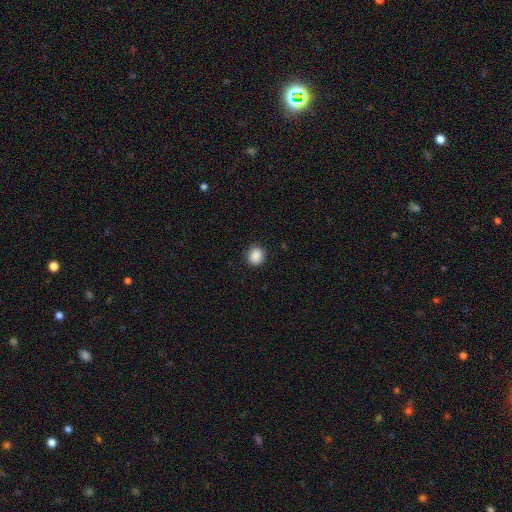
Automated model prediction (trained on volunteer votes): smooth 89%, star or artifact 9%, featured or disk 2%. Down the decision tree: how rounded — round (87%); merging — none (89%).